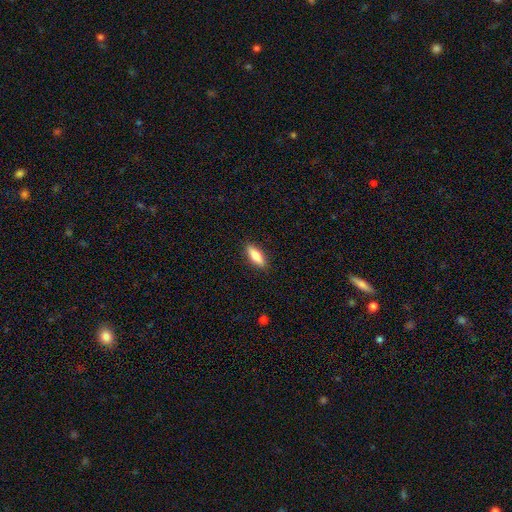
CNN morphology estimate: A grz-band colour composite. It shows a smooth galaxy with no disk features (80%) that is in between round and cigar-shaped (61%). Merging: none (89%).